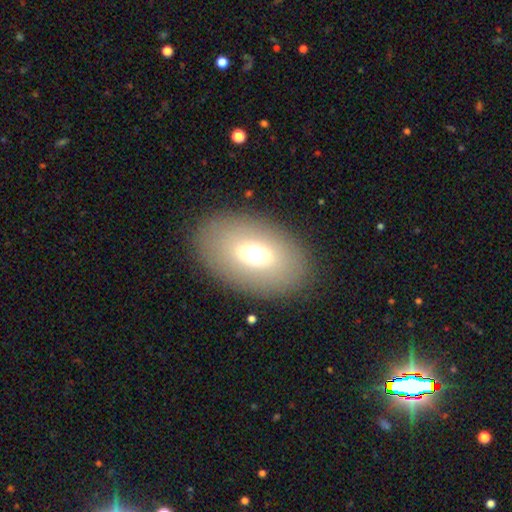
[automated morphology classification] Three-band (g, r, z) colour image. It shows a smooth galaxy with no disk features (63%) that is in between round and cigar-shaped (88%). Merging: none (86%).